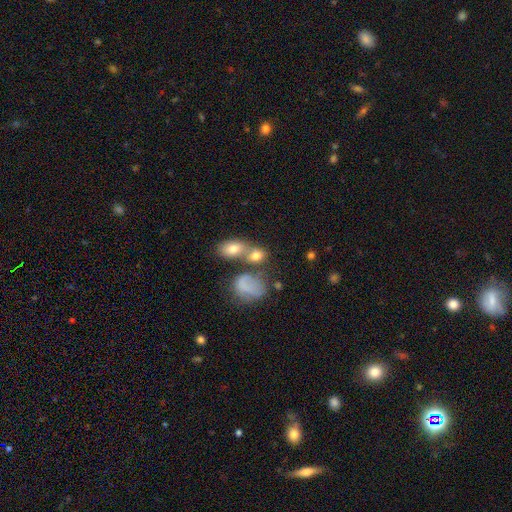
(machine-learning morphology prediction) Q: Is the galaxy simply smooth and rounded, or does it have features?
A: smooth — 73%.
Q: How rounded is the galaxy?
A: in between — 60%.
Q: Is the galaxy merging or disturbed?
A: merger — 46%.